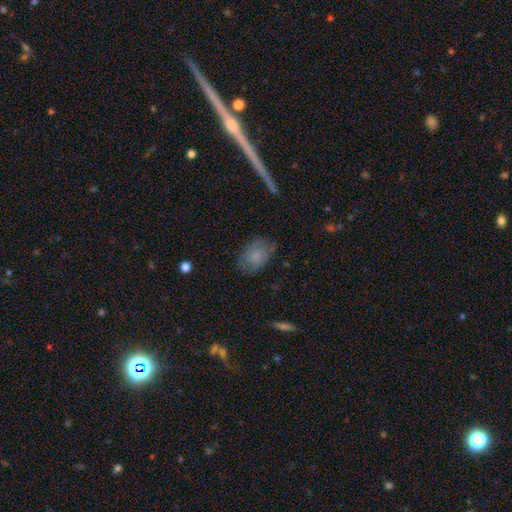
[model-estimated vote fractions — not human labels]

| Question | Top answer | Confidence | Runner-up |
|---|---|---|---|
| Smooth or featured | smooth | 74% | featured or disk (18%) |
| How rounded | in between | 83% | round (16%) |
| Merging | none | 73% | minor disturbance (19%) |